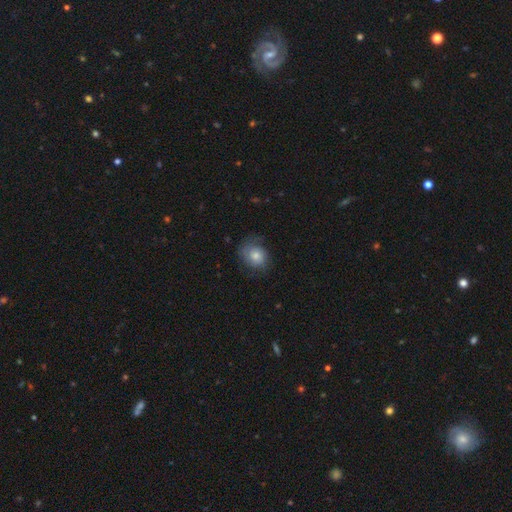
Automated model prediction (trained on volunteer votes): The model was most divided on "how rounded": round: 61%, in between: 39%, cigar-shaped: 1%. More confident: smooth or featured — smooth (67%); merging — none (62%).